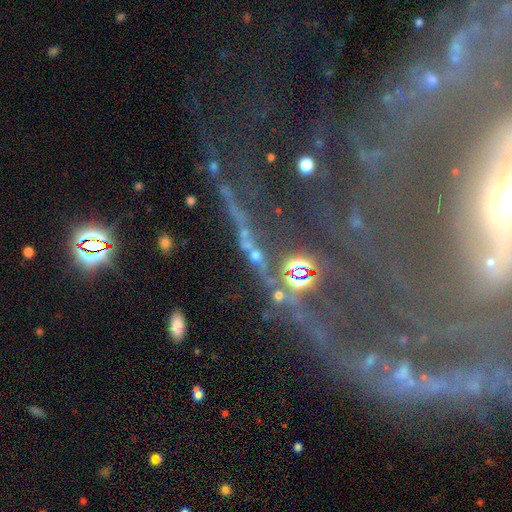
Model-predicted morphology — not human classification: type=star or artifact (44%).